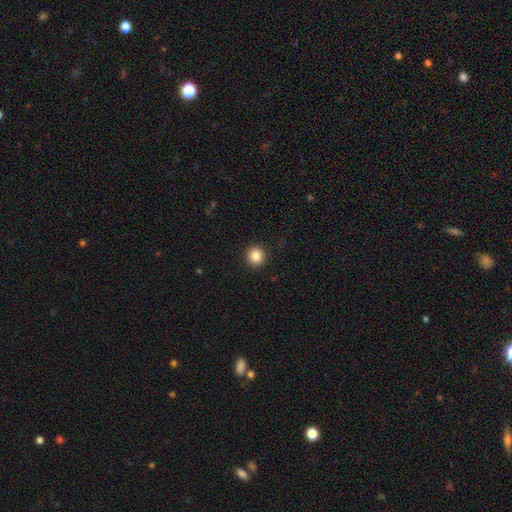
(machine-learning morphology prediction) smooth_or_featured: smooth (p=0.85) [alt: star or artifact p=0.10]
how_rounded: round (p=0.92) [alt: in between p=0.07]
merging: none (p=0.92) [alt: minor disturbance p=0.05]